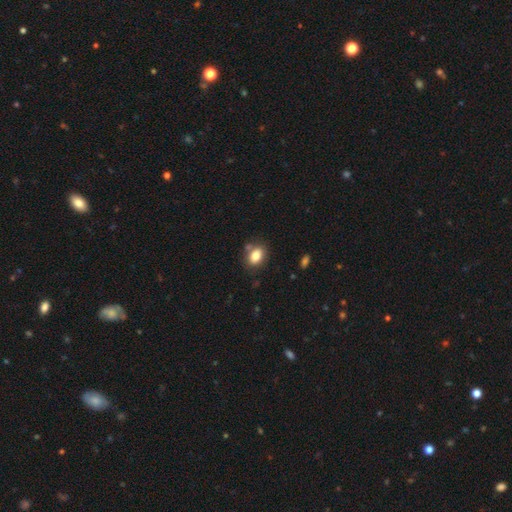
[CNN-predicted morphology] smooth 81%, star or artifact 9%, featured or disk 9%. Down the decision tree: how rounded — in between (74%); merging — none (75%).